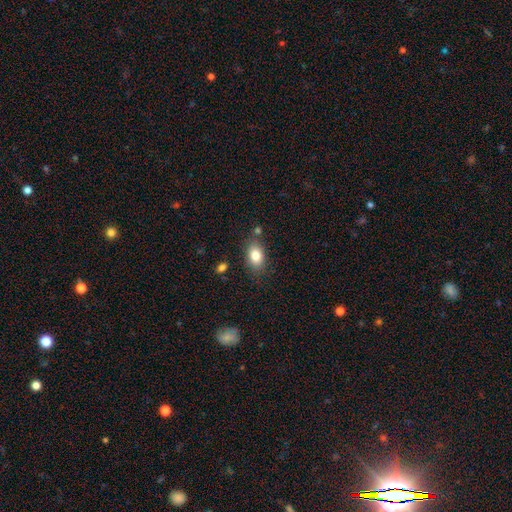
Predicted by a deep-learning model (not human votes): Smooth or featured? smooth (83%)
How rounded? in between (86%)
Merging? none (76%)